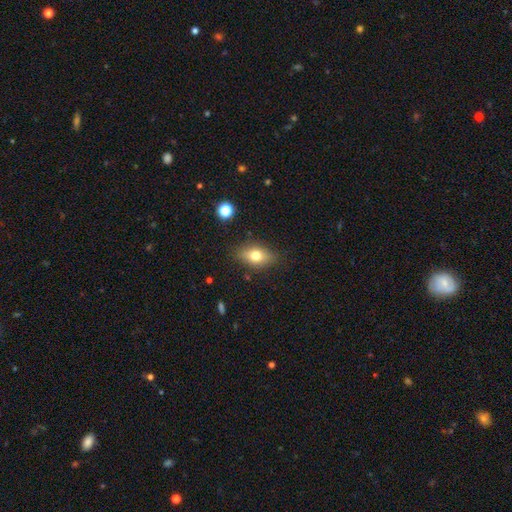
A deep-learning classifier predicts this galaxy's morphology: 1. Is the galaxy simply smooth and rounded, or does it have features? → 74% smooth, 17% featured or disk, 9% star or artifact.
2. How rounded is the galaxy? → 82% in between, 13% round, 5% cigar-shaped.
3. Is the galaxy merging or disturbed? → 83% none, 13% minor disturbance, 3% major disturbance, 2% merger.